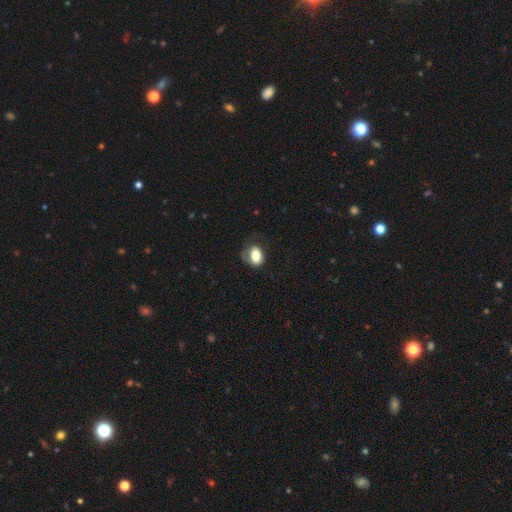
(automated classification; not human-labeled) Q: Smooth or featured?
A: smooth (78%); runner-up: featured or disk (14%)
Q: How rounded?
A: in between (66%); runner-up: round (33%)
Q: Merging?
A: none (54%); runner-up: minor disturbance (27%)